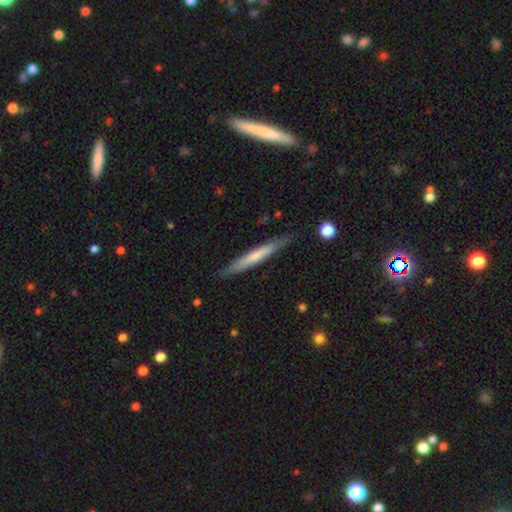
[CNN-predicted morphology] smooth 57%, featured or disk 38%, star or artifact 5%. Down the decision tree: how rounded — cigar-shaped (96%); merging — none (87%).